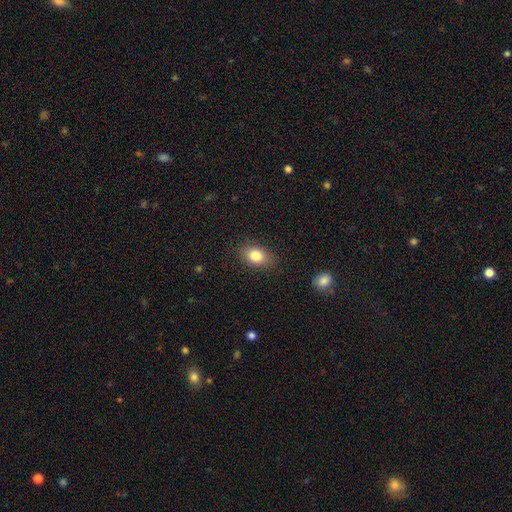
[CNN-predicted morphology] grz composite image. It shows a smooth galaxy with no disk features (82%) that is in between round and cigar-shaped (74%). Merging: none (84%).